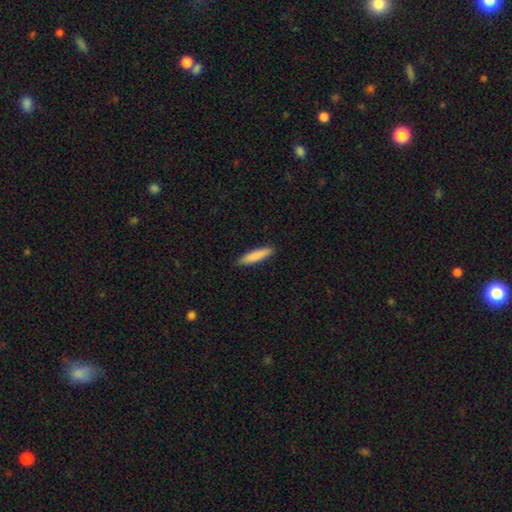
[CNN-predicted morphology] smooth_or_featured: smooth (p=0.85) [alt: featured or disk p=0.10]
how_rounded: cigar-shaped (p=0.83) [alt: in between p=0.16]
merging: none (p=0.89) [alt: minor disturbance p=0.09]